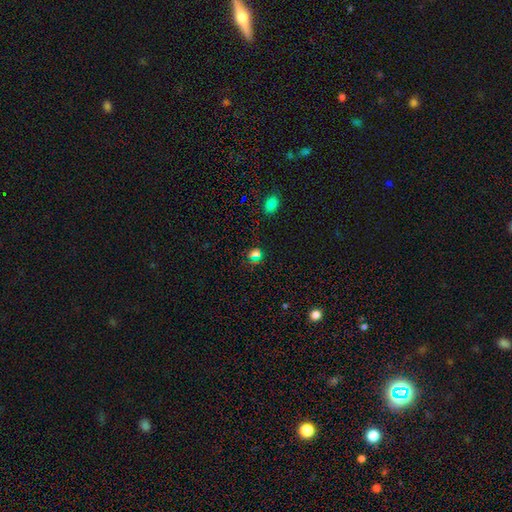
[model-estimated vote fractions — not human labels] This is possibly a smooth galaxy (48%). Merging: likely none (78%).